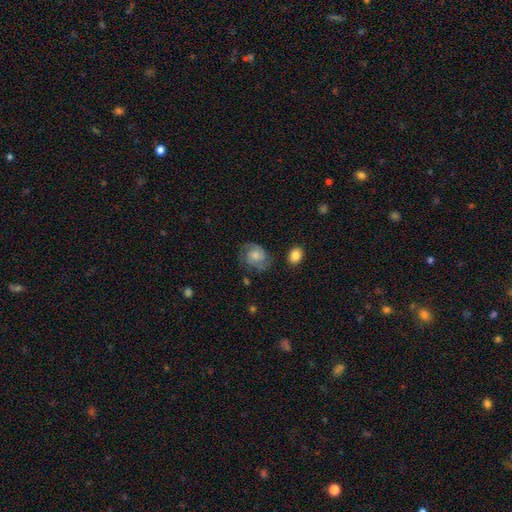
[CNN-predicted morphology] This is likely a featured or disk galaxy (63%). It is clearly not viewed edge-on (98%). Bar: likely no (70%). Spiral arm pattern: clearly yes (92%). Spiral arm count: likely 2 (76%). Spiral winding: marginally medium (44%). Central bulge: marginally moderate (38%). Merging: likely none (68%).